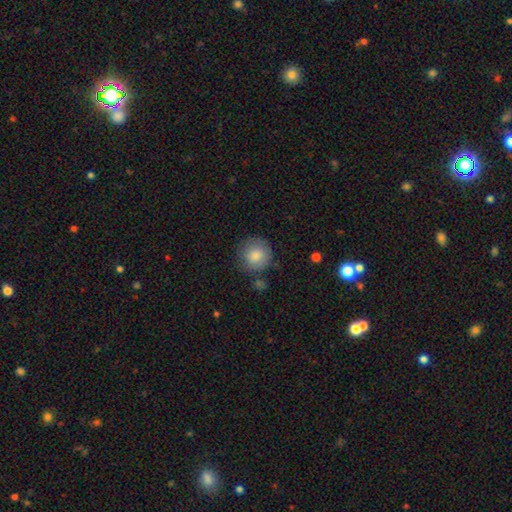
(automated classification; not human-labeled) smooth_or_featured: smooth (p=0.84) [alt: featured or disk p=0.09]
how_rounded: round (p=0.93) [alt: in between p=0.06]
merging: none (p=0.76) [alt: minor disturbance p=0.15]